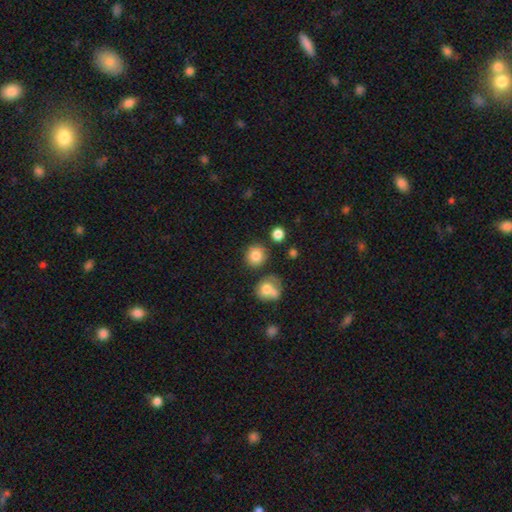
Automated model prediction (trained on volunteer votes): A smooth galaxy with no disk features (83%) that is round (86%).

Vote fractions:
- Smooth or featured? smooth: 83% / star or artifact: 11% / featured or disk: 7%
- How rounded? round: 86% / in between: 13% / cigar-shaped: 1%
- Merging? none: 78% / minor disturbance: 11% / merger: 8% / major disturbance: 3%